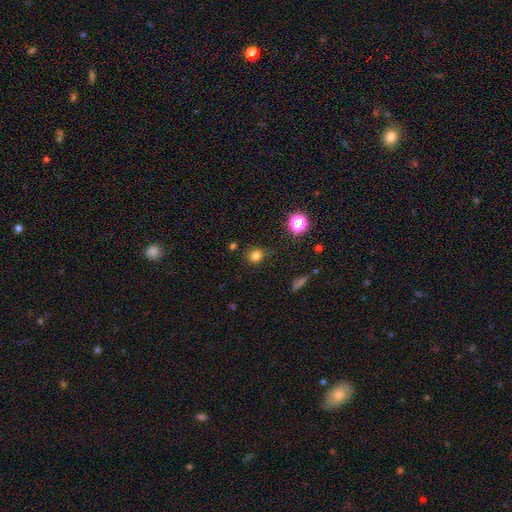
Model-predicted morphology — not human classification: type=smooth (79%); roundness=round (85%); merging=none (81%).